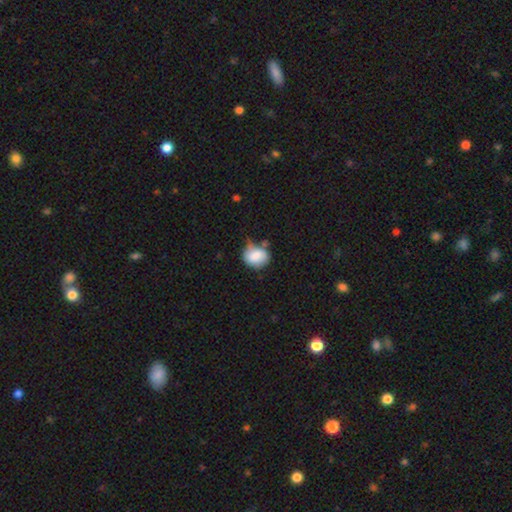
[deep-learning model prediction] Smooth or featured? Predicted: smooth (p=0.78). How rounded? Predicted: round (p=0.64). Merging? Predicted: none (p=0.48).